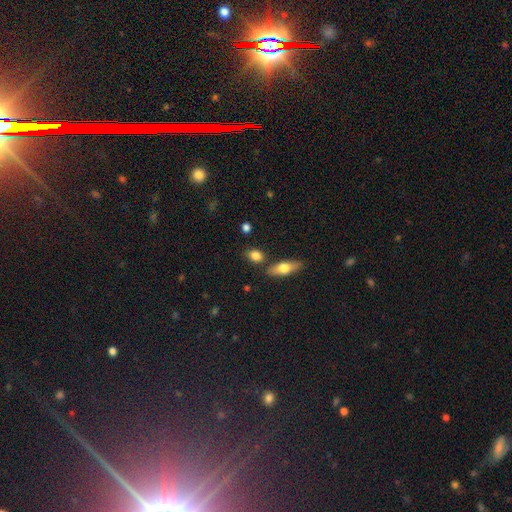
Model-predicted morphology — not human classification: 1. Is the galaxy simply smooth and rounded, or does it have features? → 81% smooth, 11% featured or disk, 8% star or artifact.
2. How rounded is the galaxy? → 65% in between, 28% round, 7% cigar-shaped.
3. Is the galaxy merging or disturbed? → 74% none, 12% minor disturbance, 10% merger, 3% major disturbance.